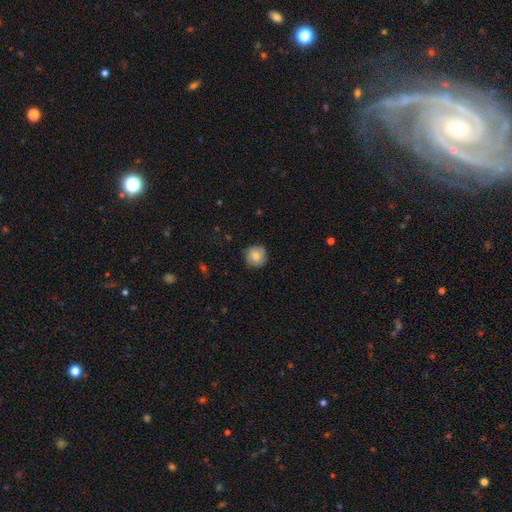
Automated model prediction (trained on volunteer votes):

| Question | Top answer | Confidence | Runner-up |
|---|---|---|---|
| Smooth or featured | smooth | 77% | featured or disk (15%) |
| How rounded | round | 92% | in between (7%) |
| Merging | none | 82% | minor disturbance (14%) |